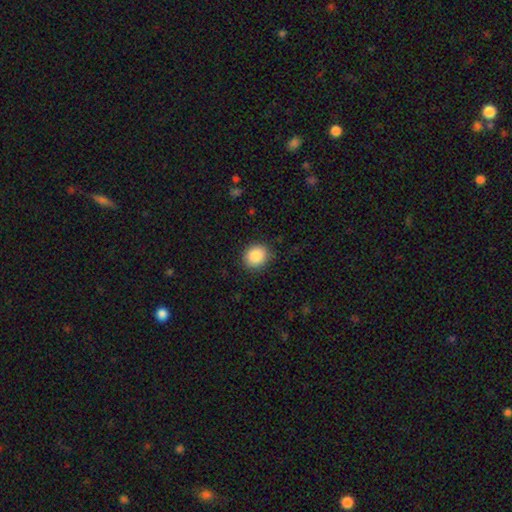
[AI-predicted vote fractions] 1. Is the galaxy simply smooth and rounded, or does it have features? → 89% smooth, 8% star or artifact, 3% featured or disk.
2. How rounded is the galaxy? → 77% round, 22% in between, 1% cigar-shaped.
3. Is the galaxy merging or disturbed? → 87% none, 10% minor disturbance, 3% major disturbance, 1% merger.